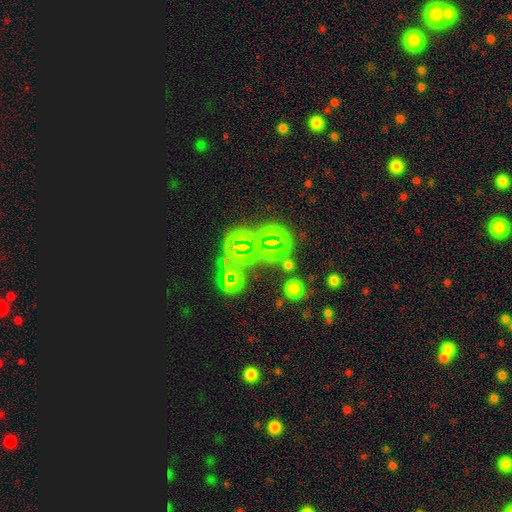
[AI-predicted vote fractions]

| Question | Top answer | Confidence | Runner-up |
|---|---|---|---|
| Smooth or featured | star or artifact | 50% | featured or disk (25%) |